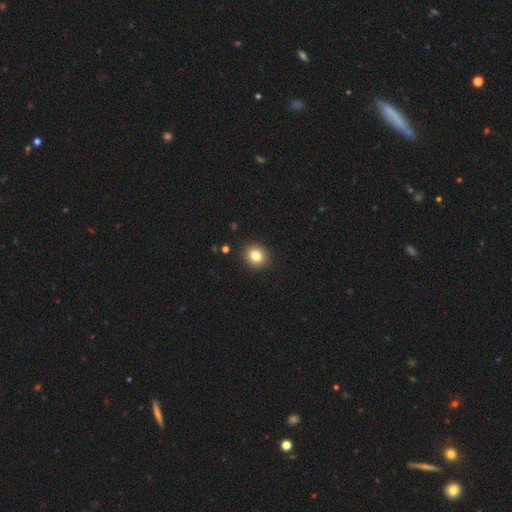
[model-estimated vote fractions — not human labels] Overall: smooth (82%). How rounded: round (81%). Merging: none (91%).